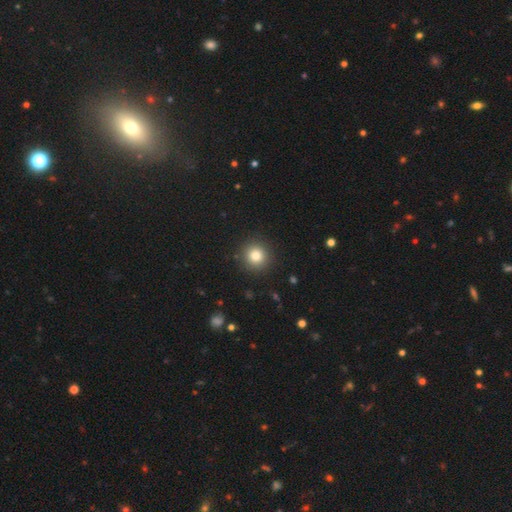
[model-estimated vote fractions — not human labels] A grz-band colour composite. It shows a smooth galaxy with no disk features (82%) that is round (94%). Merging: none (91%).